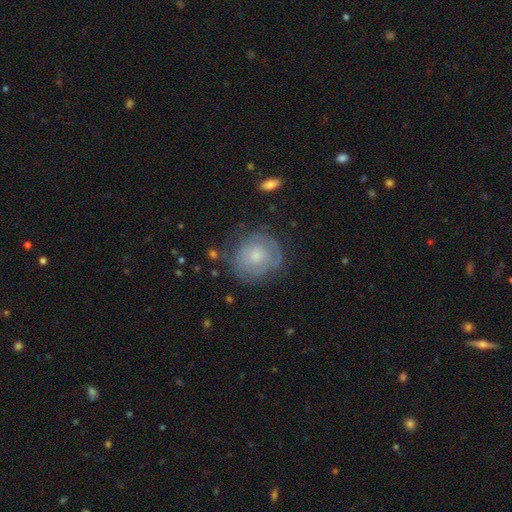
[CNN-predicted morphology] The model was most divided on "smooth or featured": featured or disk: 50%, smooth: 42%, star or artifact: 8%. More confident: merging — none (70%).